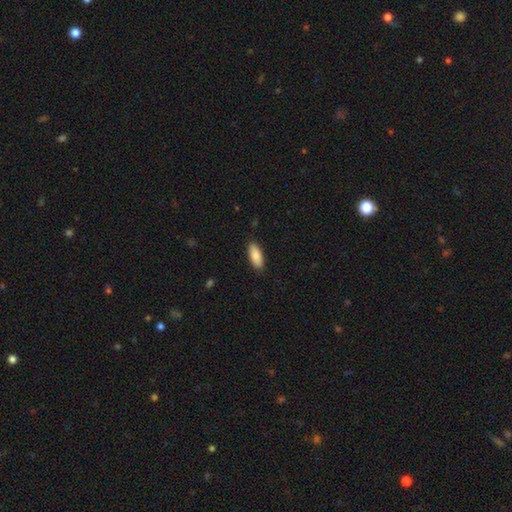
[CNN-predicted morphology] A smooth galaxy with no disk features (87%) that is in between round and cigar-shaped (82%). Merging: none (88%).